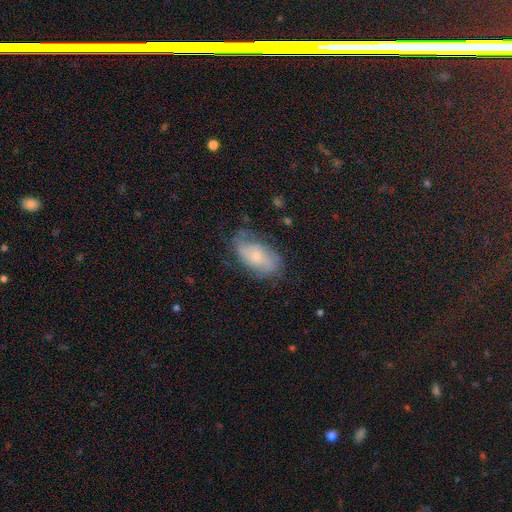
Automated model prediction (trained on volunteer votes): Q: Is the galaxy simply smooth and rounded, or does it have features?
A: featured or disk — 55%.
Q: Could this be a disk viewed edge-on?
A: no — 94%.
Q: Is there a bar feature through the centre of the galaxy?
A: no — 70%.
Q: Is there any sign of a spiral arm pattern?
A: yes — 83%.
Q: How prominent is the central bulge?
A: small — 54%.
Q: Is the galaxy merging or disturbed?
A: none — 63%.